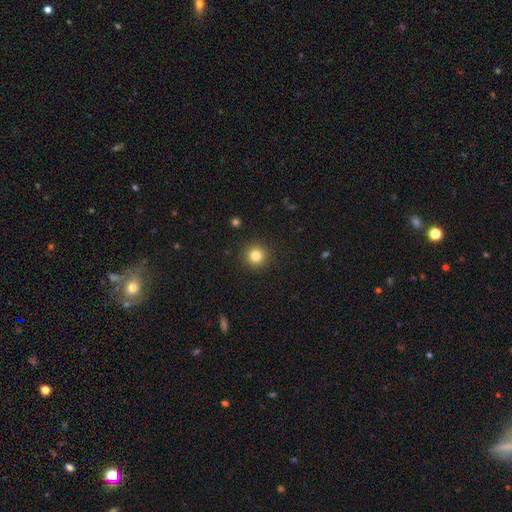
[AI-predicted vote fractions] This is clearly a smooth galaxy (82%). How rounded: clearly round (95%). Merging: clearly none (92%).